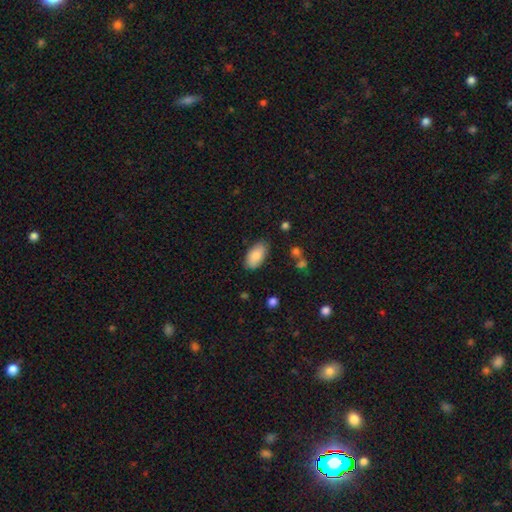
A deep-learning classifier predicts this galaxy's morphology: The model was most divided on "merging": none: 81%, minor disturbance: 15%, major disturbance: 3%, merger: 2%. More confident: how rounded — in between (94%); smooth or featured — smooth (85%).